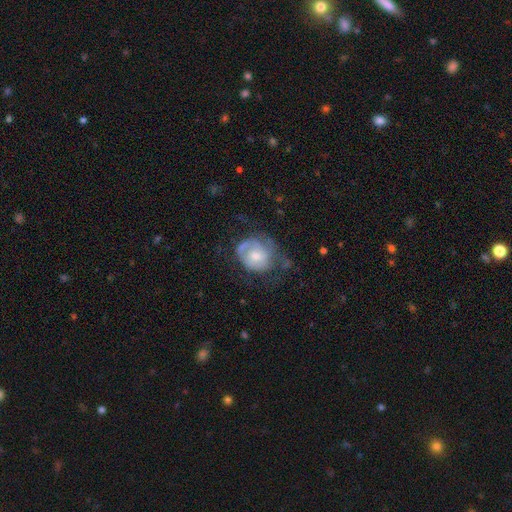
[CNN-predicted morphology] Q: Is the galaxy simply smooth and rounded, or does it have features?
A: featured or disk — 55%.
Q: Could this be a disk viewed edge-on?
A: no — 97%.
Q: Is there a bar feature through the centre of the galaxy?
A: no — 78%.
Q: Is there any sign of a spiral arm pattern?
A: yes — 66%.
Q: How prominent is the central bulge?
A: moderate — 55%.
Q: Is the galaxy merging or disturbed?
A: none — 41%.